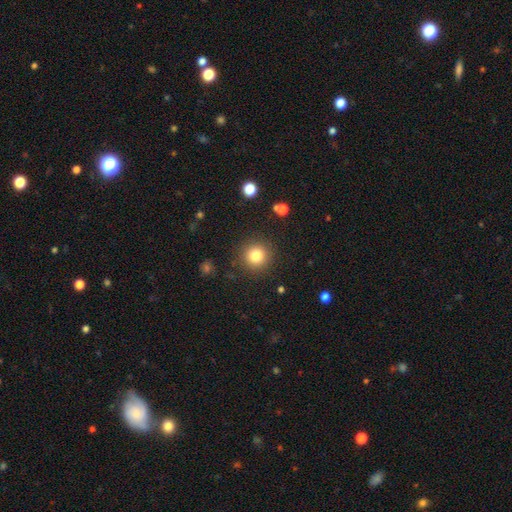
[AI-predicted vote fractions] This is clearly a smooth galaxy (81%). How rounded: clearly round (95%). Merging: clearly none (89%).